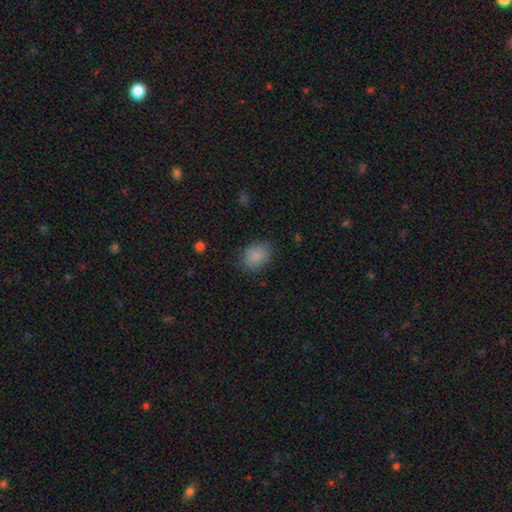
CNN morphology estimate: type=smooth (86%); roundness=in between (56%); merging=none (82%).